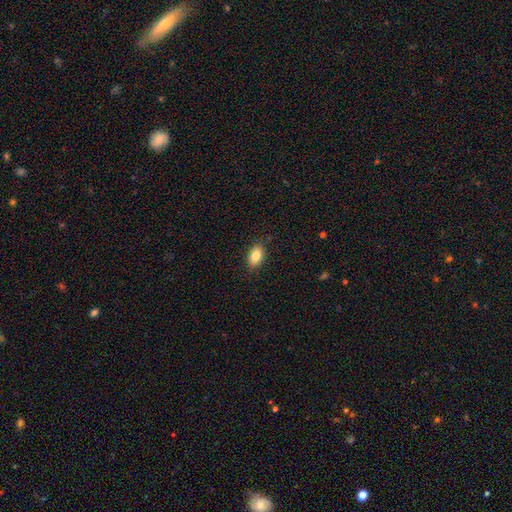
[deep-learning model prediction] Smooth or featured: smooth — 84% (star or artifact — 8%)
How rounded: in between — 88% (round — 10%)
Merging: none — 88% (minor disturbance — 9%)